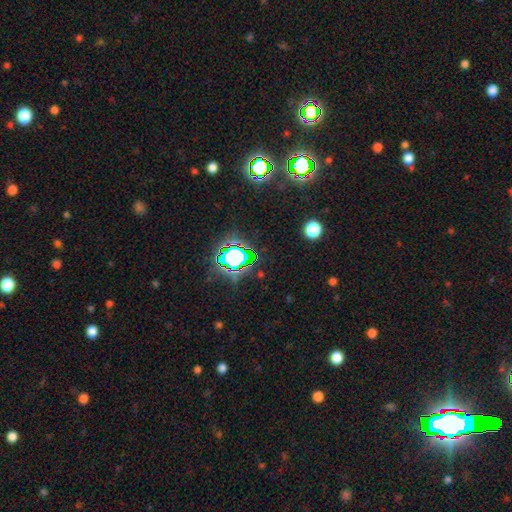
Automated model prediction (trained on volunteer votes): star or artifact 82%, smooth 11%, featured or disk 7%.